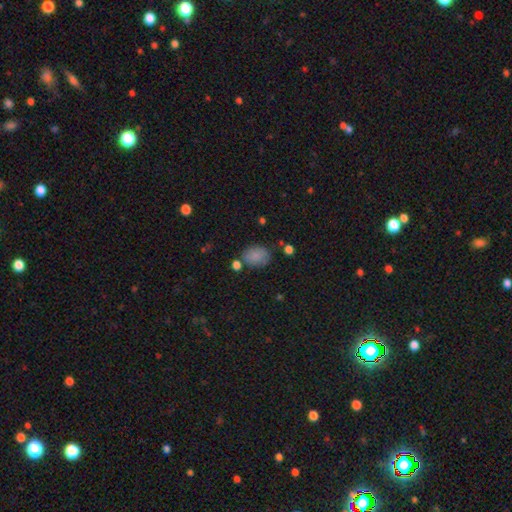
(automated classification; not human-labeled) Overall: smooth (83%). How rounded: in between (66%; round 33%). Merging: none (67%).